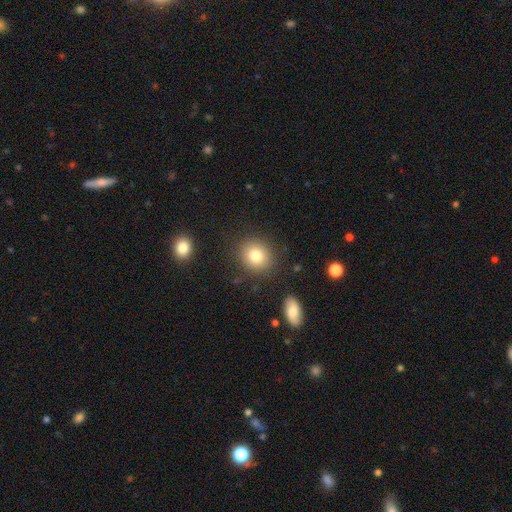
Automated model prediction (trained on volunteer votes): Smooth or featured? smooth (82%)
How rounded? round (77%)
Merging? none (85%)